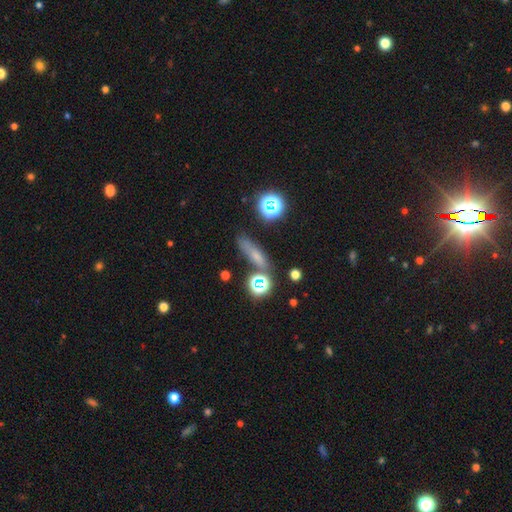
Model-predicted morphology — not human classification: Smooth or featured? Predicted: smooth (p=0.57). How rounded? Predicted: cigar-shaped (p=0.58). Merging? Predicted: none (p=0.67).